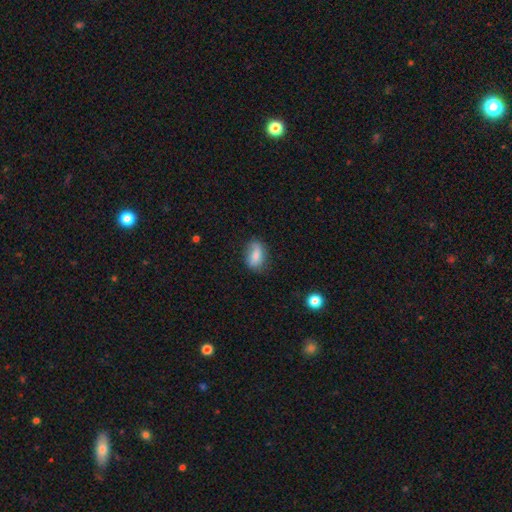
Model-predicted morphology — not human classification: A smooth galaxy with no disk features (77%) that is in between round and cigar-shaped (84%). Merging: none (69%).